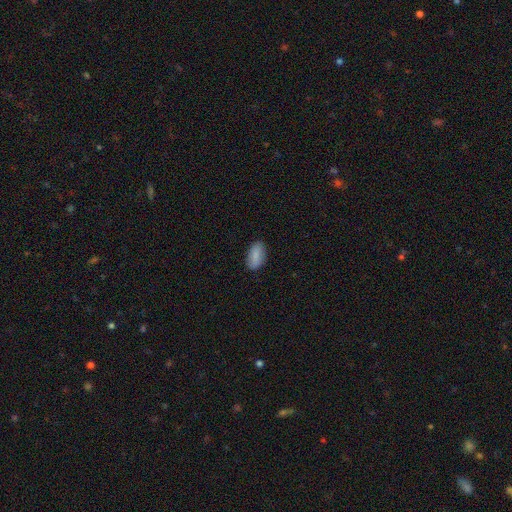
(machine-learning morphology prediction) Q: Smooth or featured?
A: smooth (87%); runner-up: star or artifact (7%)
Q: How rounded?
A: in between (92%); runner-up: cigar-shaped (5%)
Q: Merging?
A: none (85%); runner-up: minor disturbance (11%)